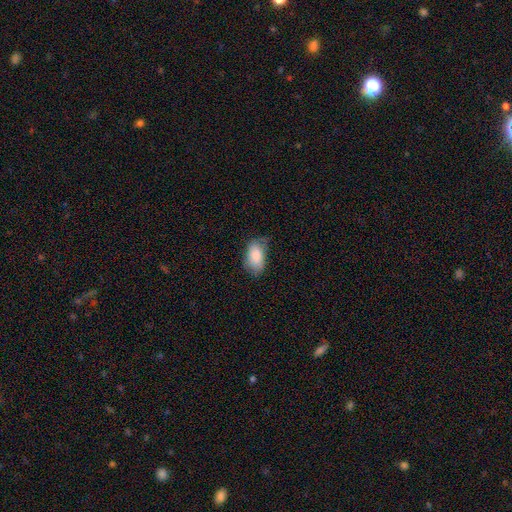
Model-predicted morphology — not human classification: type=smooth (83%); roundness=in between (93%); merging=none (58%).